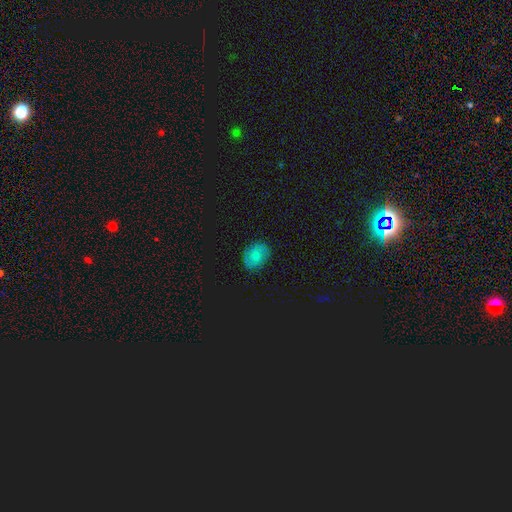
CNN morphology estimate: smooth_or_featured: smooth (p=0.51) [alt: featured or disk p=0.34]
how_rounded: in between (p=0.54) [alt: round p=0.45]
merging: none (p=0.81) [alt: minor disturbance p=0.14]